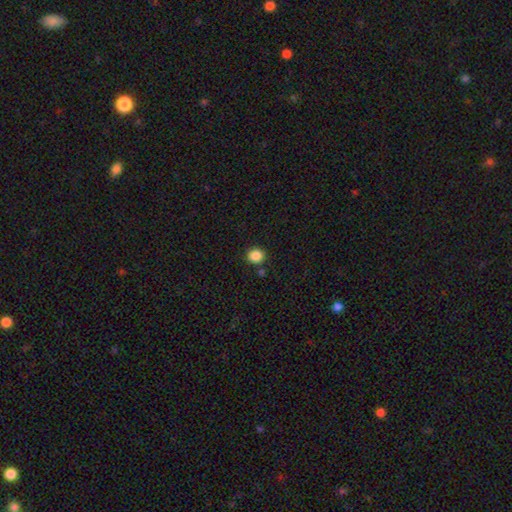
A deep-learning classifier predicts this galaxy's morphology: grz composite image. It shows a smooth galaxy with no disk features (87%) that is round (86%). Merging: none (86%).